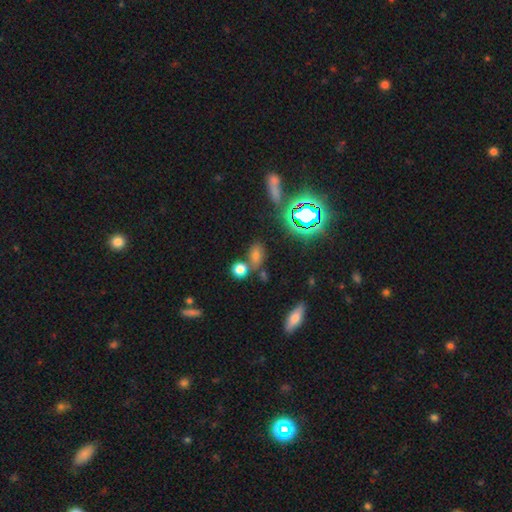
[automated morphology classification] Smooth or featured: smooth — 53% (star or artifact — 36%)
How rounded: in between — 63% (round — 31%)
Merging: none — 65% (merger — 17%)